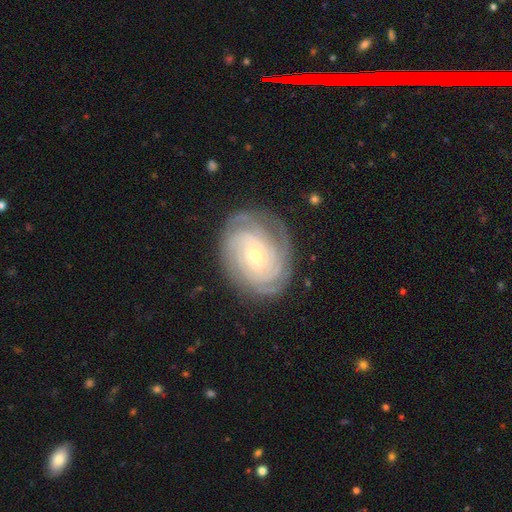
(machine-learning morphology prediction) Q: Smooth or featured?
A: featured or disk (87%); runner-up: smooth (8%)
Q: Edge-on disk?
A: no (97%); runner-up: yes (3%)
Q: Bar?
A: no (67%); runner-up: weak (25%)
Q: Spiral arms?
A: yes (97%); runner-up: no (3%)
Q: Spiral winding?
A: tight (82%); runner-up: medium (16%)
Q: Spiral arm count?
A: 4 (26%); tied with: can't tell (26%)
Q: Bulge size?
A: small (75%); runner-up: moderate (21%)
Q: Merging?
A: none (80%); runner-up: minor disturbance (14%)